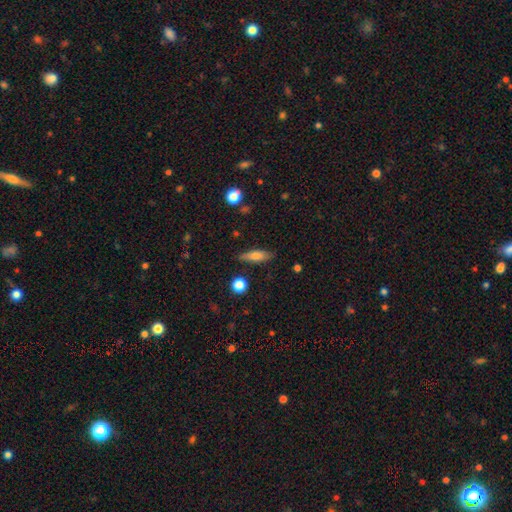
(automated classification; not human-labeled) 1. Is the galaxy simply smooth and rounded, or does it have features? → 68% smooth, 24% featured or disk, 8% star or artifact.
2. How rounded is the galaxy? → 58% cigar-shaped, 39% in between, 3% round.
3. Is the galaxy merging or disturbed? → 83% none, 12% minor disturbance, 3% major disturbance, 2% merger.